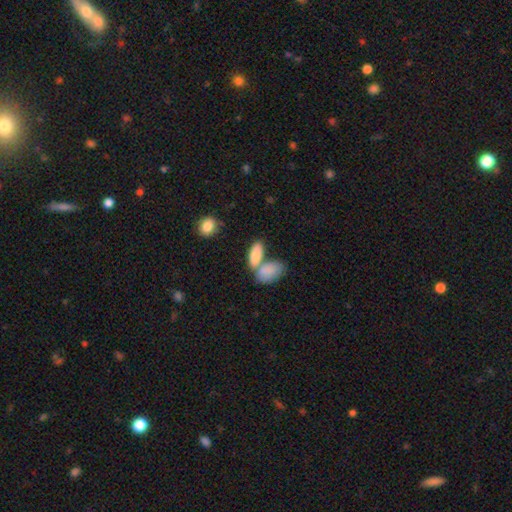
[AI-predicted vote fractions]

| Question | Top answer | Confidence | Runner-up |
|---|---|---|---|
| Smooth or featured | smooth | 83% | featured or disk (10%) |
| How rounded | in between | 85% | cigar-shaped (11%) |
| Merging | merger | 48% | none (36%) |